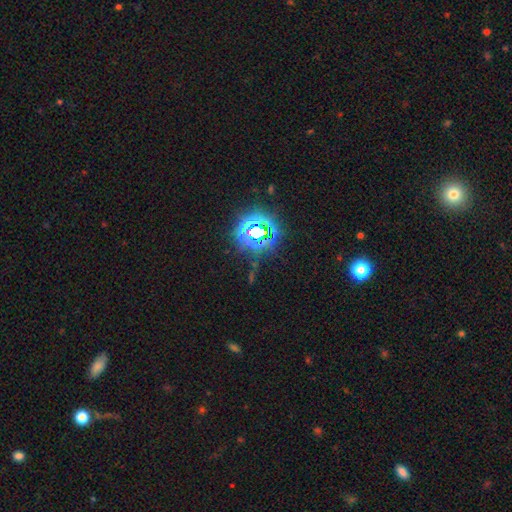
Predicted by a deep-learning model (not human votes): Smooth or featured? star or artifact (75%)